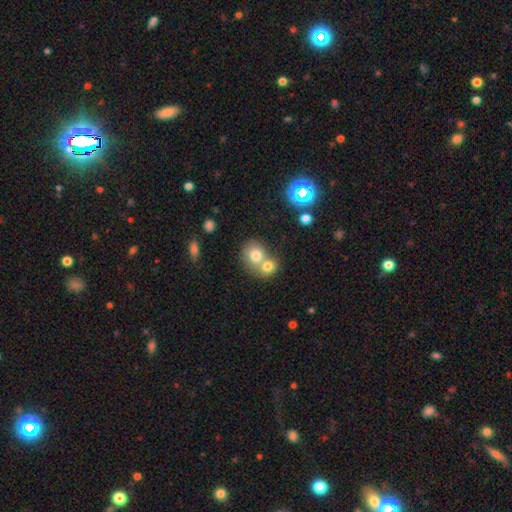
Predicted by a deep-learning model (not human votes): Q: Smooth or featured?
A: smooth (74%); runner-up: featured or disk (15%)
Q: How rounded?
A: round (69%); runner-up: in between (30%)
Q: Merging?
A: merger (63%); runner-up: none (29%)